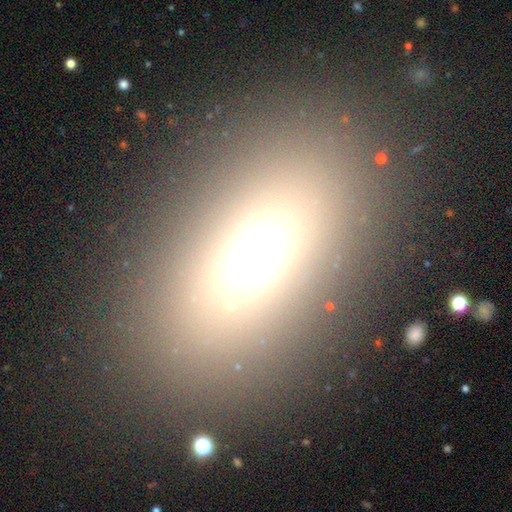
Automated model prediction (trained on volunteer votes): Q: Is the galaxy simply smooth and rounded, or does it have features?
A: smooth — 56%.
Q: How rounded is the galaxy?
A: in between — 82%.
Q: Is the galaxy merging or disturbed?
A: none — 81%.